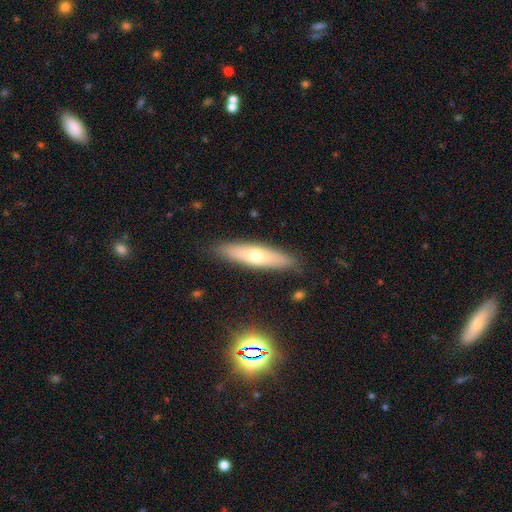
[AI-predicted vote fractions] The model was most divided on "smooth or featured": smooth: 54%, featured or disk: 38%, star or artifact: 8%. More confident: merging — none (88%); how rounded — cigar-shaped (70%).